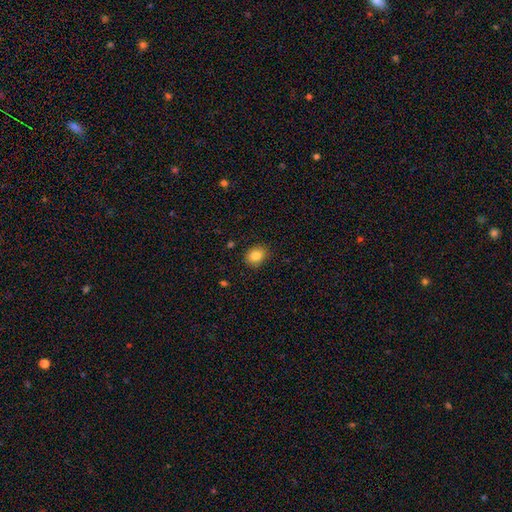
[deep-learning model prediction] A smooth galaxy with no disk features (84%) that is round (51%).

Vote fractions:
- Smooth or featured? smooth: 84% / star or artifact: 10% / featured or disk: 7%
- How rounded? round: 51% / in between: 48% / cigar-shaped: 1%
- Merging? none: 85% / minor disturbance: 12% / major disturbance: 2% / merger: 1%